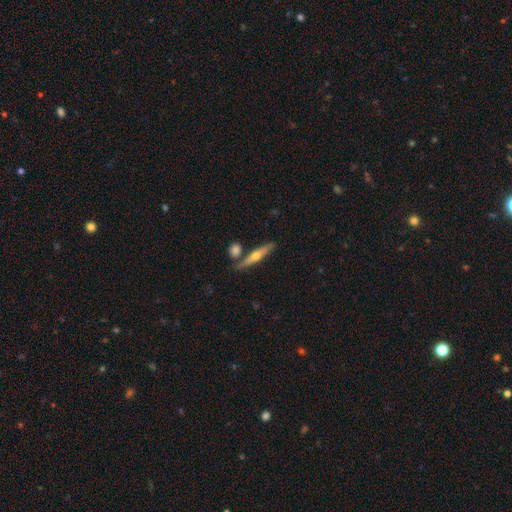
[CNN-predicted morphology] This is possibly a featured or disk galaxy (58%). It is clearly viewed edge-on (93%). Edge-on bulge: clearly rounded (90%). Merging: likely none (74%).